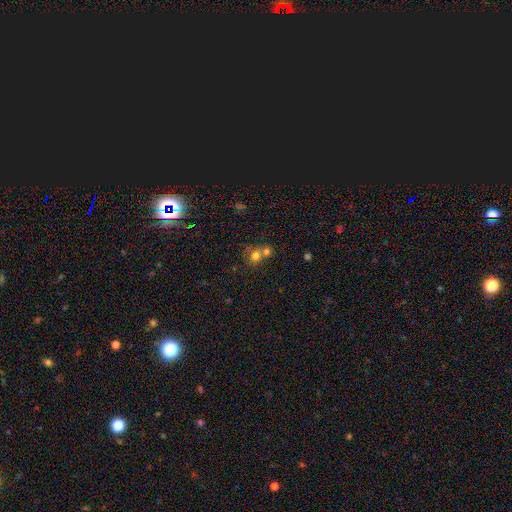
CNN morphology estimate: Smooth or featured: smooth — 73% (star or artifact — 15%)
How rounded: round — 77% (in between — 22%)
Merging: merger — 49% (none — 41%)